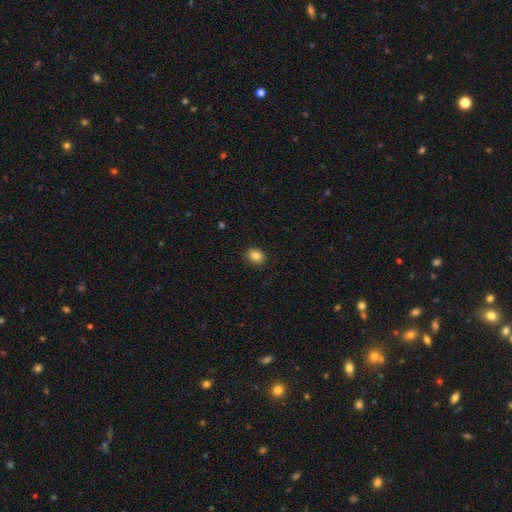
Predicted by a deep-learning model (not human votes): smooth_or_featured: smooth (p=0.84) [alt: star or artifact p=0.10]
how_rounded: round (p=0.57) [alt: in between p=0.42]
merging: none (p=0.89) [alt: minor disturbance p=0.08]